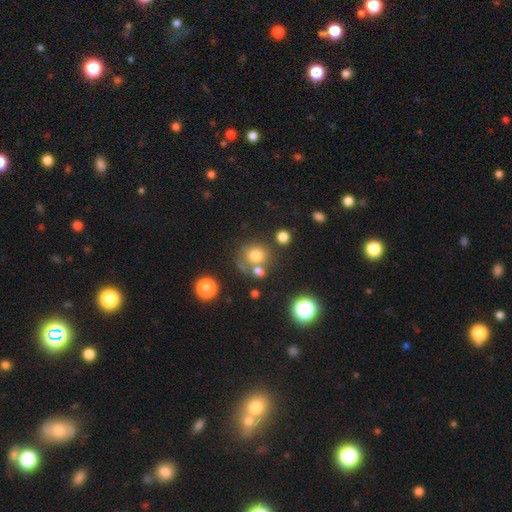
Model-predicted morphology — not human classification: A smooth galaxy with no disk features (73%) that is round (80%). Merging: none (53%).